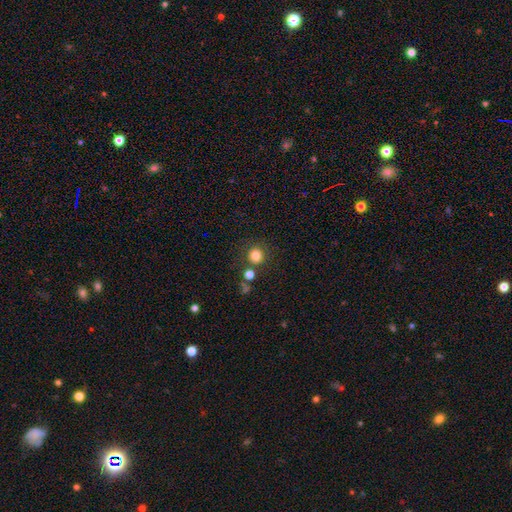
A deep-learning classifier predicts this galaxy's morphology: smooth-or-featured: smooth: 81% | star or artifact: 13% | featured or disk: 6%
  how-rounded: round: 92% | in between: 7% | cigar-shaped: 1%
  merging: none: 79% | merger: 10% | minor disturbance: 8% | major disturbance: 3%